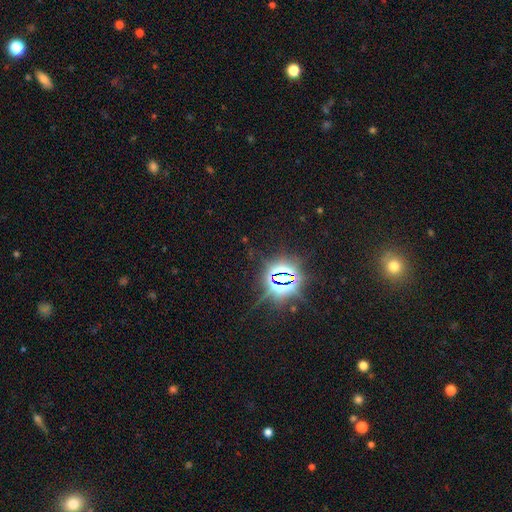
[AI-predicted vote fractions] smooth_or_featured: star or artifact (p=0.83) [alt: smooth p=0.09]